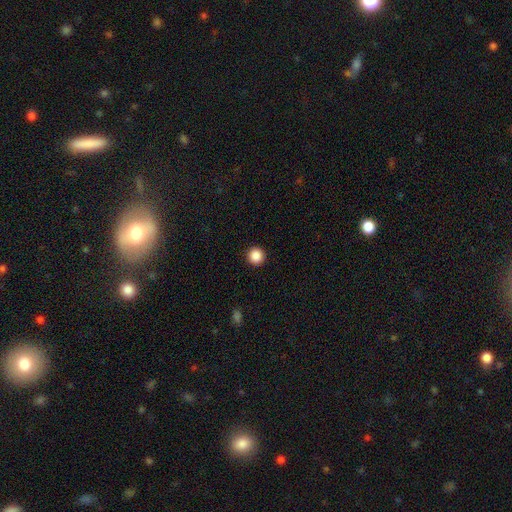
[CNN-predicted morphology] Smooth or featured? smooth (88%)
How rounded? round (96%)
Merging? none (94%)